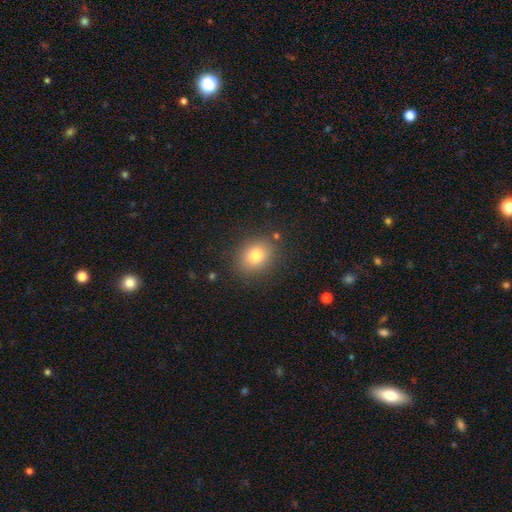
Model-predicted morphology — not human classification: Smooth or featured? Predicted: smooth (p=0.79). How rounded? Predicted: round (p=0.57). Merging? Predicted: none (p=0.85).